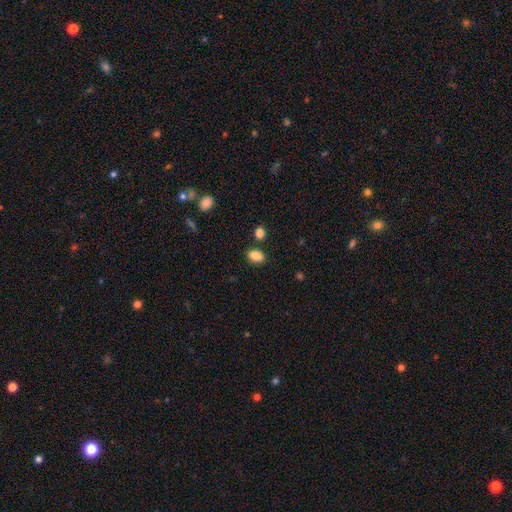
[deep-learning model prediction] smooth 86%, star or artifact 9%, featured or disk 5%. Down the decision tree: how rounded — in between (78%); merging — none (82%).